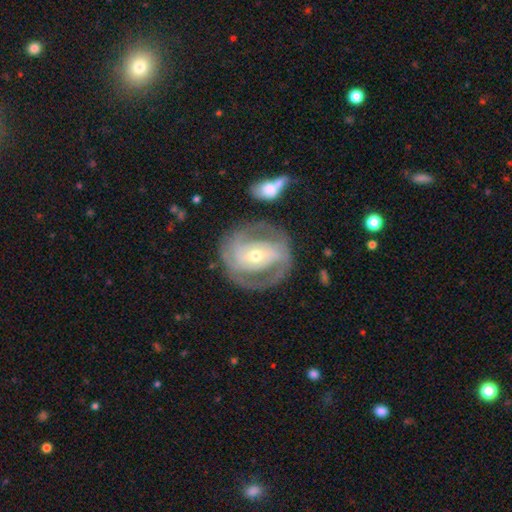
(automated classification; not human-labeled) This is clearly a featured or disk galaxy (83%). It is clearly not viewed edge-on (96%). Bar: marginally weak (37%). Spiral arm pattern: clearly yes (88%). Spiral arm count: possibly 2 (59%). Spiral winding: possibly tight (55%). Central bulge: possibly moderate (48%). Merging: likely none (73%).